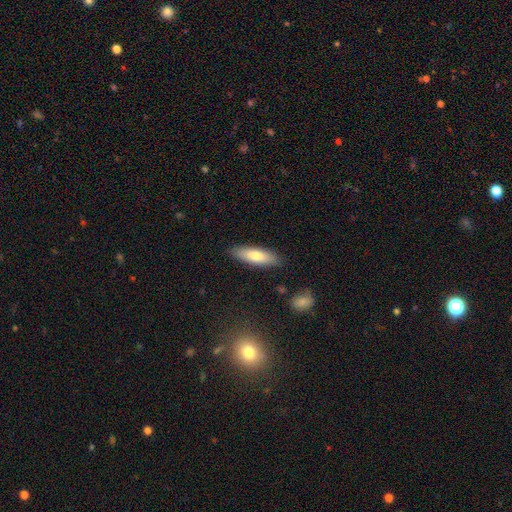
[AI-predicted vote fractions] smooth-or-featured: smooth: 77% | featured or disk: 17% | star or artifact: 6%
  how-rounded: cigar-shaped: 57% | in between: 42% | round: 2%
  merging: none: 86% | minor disturbance: 10% | major disturbance: 2% | merger: 2%